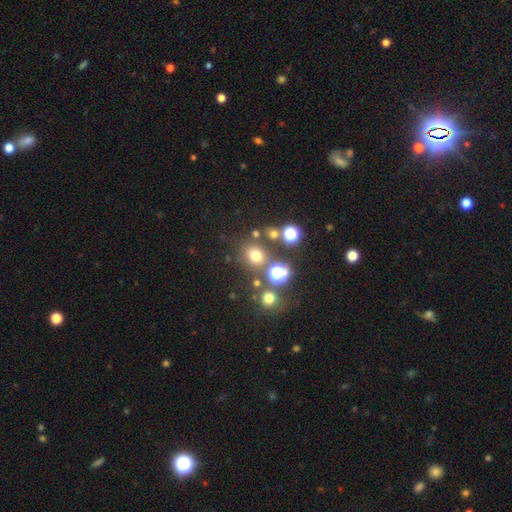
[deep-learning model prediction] Morphology: type=smooth (67%); roundness=round (81%); merging=none (75%).